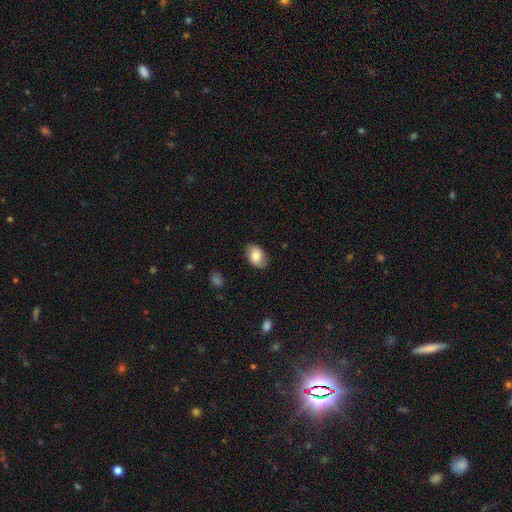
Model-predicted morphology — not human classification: This is likely a smooth galaxy (79%). How rounded: clearly in between (85%). Merging: clearly none (82%).